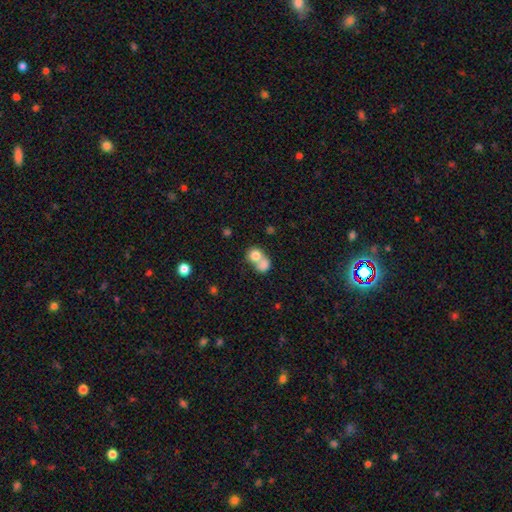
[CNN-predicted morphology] smooth-or-featured: smooth: 78% | featured or disk: 13% | star or artifact: 9%
  how-rounded: round: 73% | in between: 26% | cigar-shaped: 1%
  merging: merger: 65% | none: 26% | minor disturbance: 6% | major disturbance: 3%